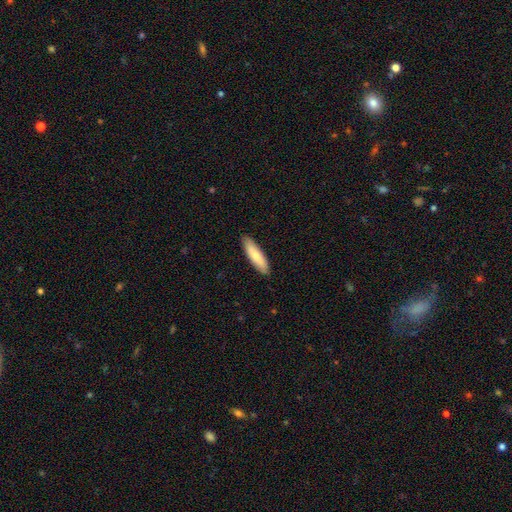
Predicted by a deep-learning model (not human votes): Q: Smooth or featured?
A: smooth (78%); runner-up: featured or disk (17%)
Q: How rounded?
A: cigar-shaped (68%); runner-up: in between (31%)
Q: Merging?
A: none (88%); runner-up: minor disturbance (9%)